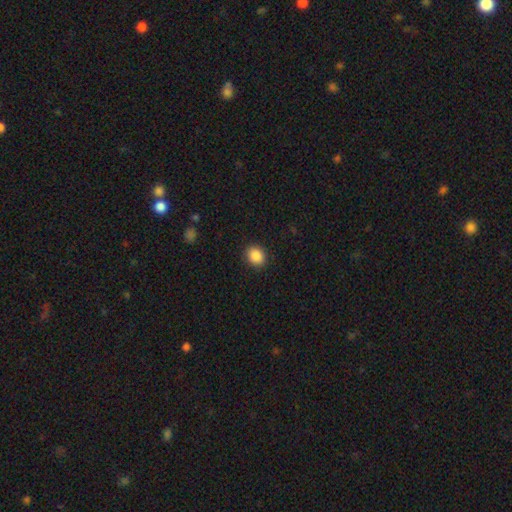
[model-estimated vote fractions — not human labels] This is clearly a smooth galaxy (88%). How rounded: likely round (66%). Merging: clearly none (90%).